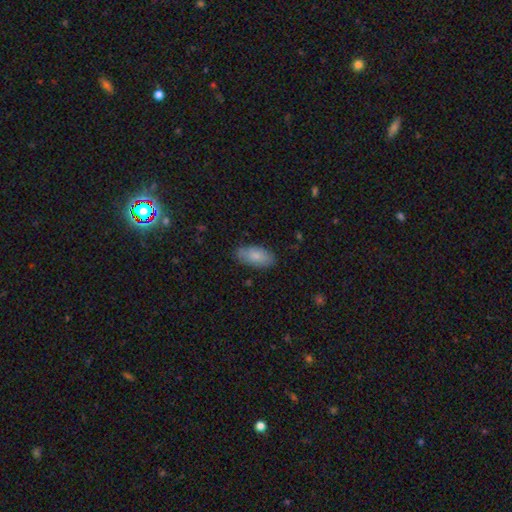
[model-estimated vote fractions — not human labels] This is clearly a smooth galaxy (81%). How rounded: clearly in between (91%). Merging: likely none (79%).